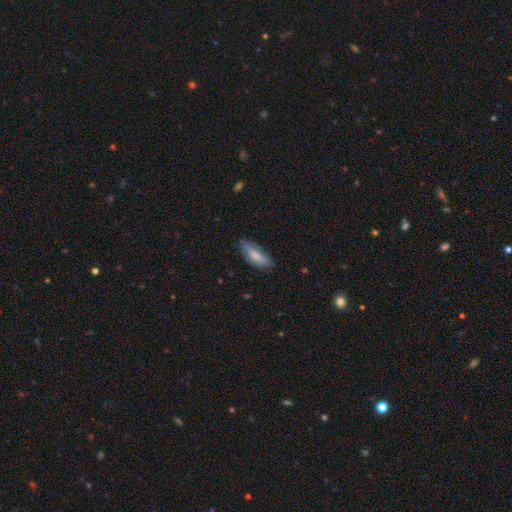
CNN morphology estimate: Smooth or featured: smooth — 70% (featured or disk — 24%)
How rounded: in between — 65% (cigar-shaped — 33%)
Merging: none — 74% (minor disturbance — 20%)